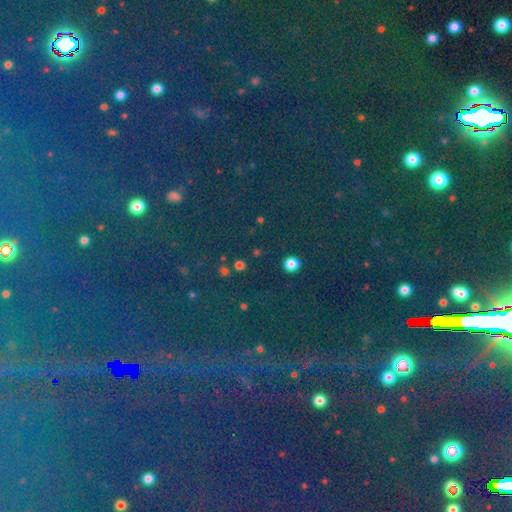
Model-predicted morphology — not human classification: star or artifact 83%, smooth 10%, featured or disk 7%.